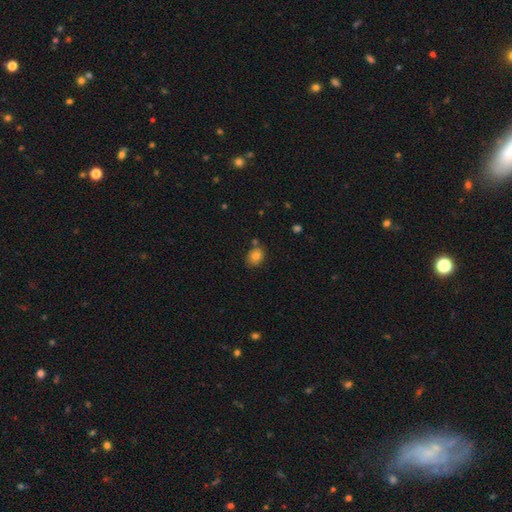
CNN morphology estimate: A smooth galaxy with no disk features (81%) that is in between round and cigar-shaped (52%). Merging: none (73%).